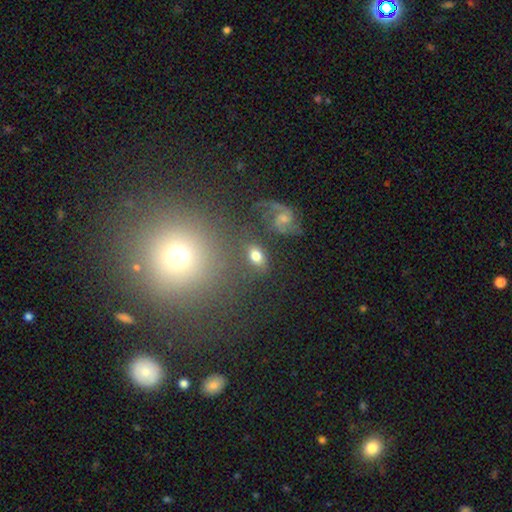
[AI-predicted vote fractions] smooth-or-featured: smooth: 74% | featured or disk: 16% | star or artifact: 10%
  how-rounded: in between: 83% | round: 15% | cigar-shaped: 2%
  merging: none: 74% | minor disturbance: 12% | merger: 7% | major disturbance: 7%